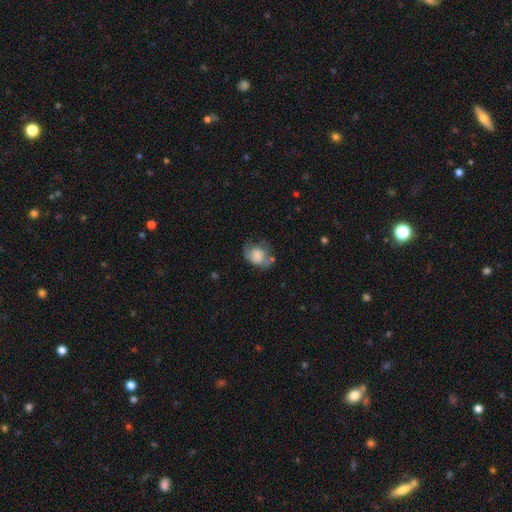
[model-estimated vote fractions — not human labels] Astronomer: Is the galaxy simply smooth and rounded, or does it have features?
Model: smooth — 61%.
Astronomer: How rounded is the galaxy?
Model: in between — 56% (runner-up: round, 43%).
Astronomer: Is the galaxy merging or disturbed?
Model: none — 37% (runner-up: minor disturbance, 31%).